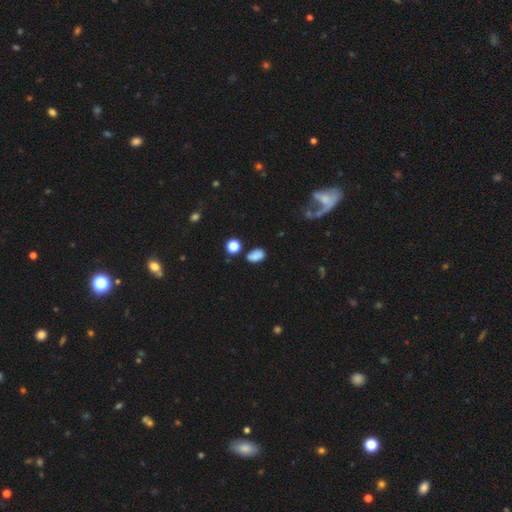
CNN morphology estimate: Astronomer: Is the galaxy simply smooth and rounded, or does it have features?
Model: smooth — 76%.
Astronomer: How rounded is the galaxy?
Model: in between — 83%.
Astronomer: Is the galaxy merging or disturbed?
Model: none — 65%.